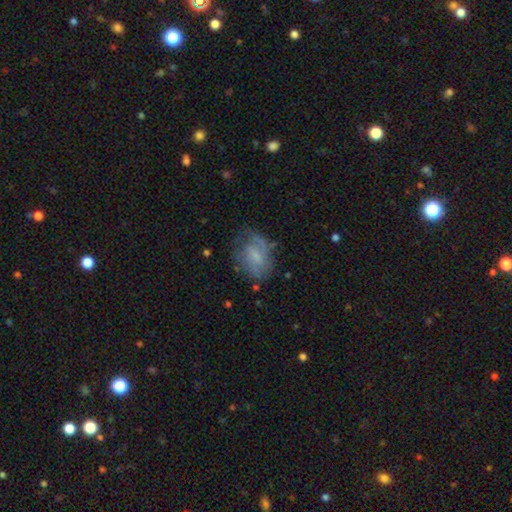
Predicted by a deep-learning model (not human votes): A featured or disk galaxy (49%).

Vote fractions:
- Smooth or featured? featured or disk: 49% / smooth: 43% / star or artifact: 9%
- Merging? none: 55% / minor disturbance: 26% / major disturbance: 17% / merger: 2%